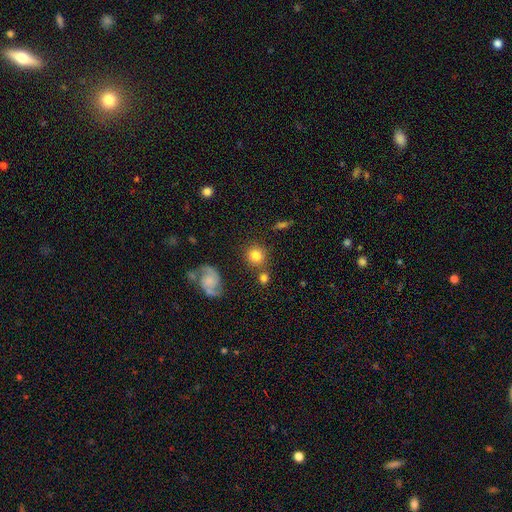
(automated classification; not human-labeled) A smooth galaxy with no disk features (77%) that is round (89%). Merging: none (74%).